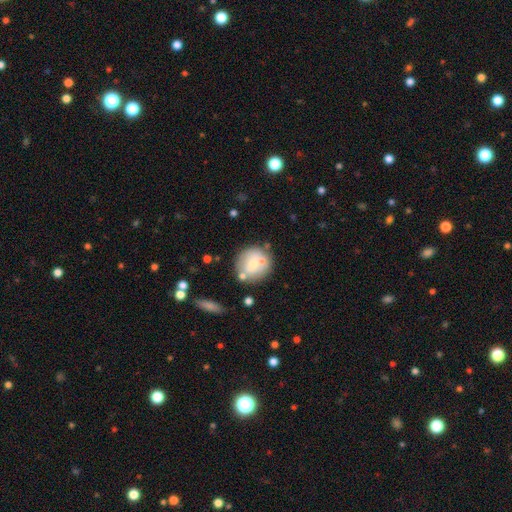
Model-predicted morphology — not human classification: The model was most divided on "smooth or featured": smooth: 55%, featured or disk: 36%, star or artifact: 9%. More confident: how rounded — round (88%); merging — none (63%).